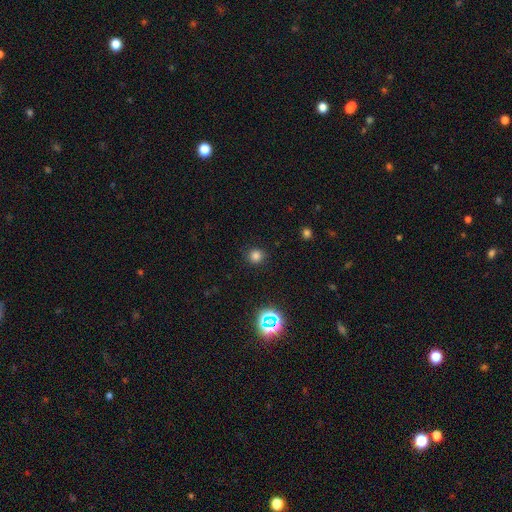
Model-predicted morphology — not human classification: Smooth or featured: smooth — 77% (star or artifact — 19%)
How rounded: round — 91% (in between — 8%)
Merging: none — 88% (minor disturbance — 8%)